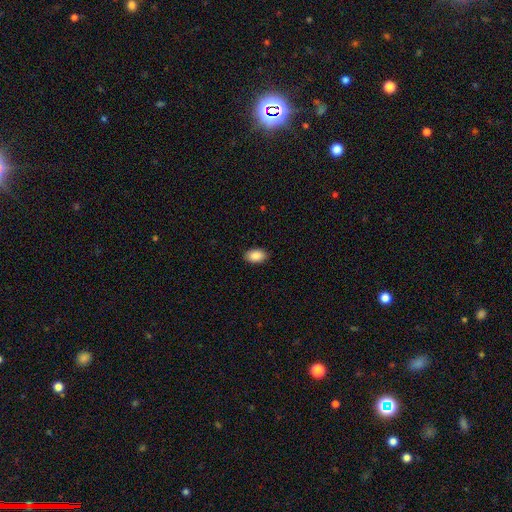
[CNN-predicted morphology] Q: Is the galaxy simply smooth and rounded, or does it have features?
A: smooth — 89%.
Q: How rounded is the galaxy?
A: in between — 92%.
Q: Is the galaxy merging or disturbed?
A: none — 89%.